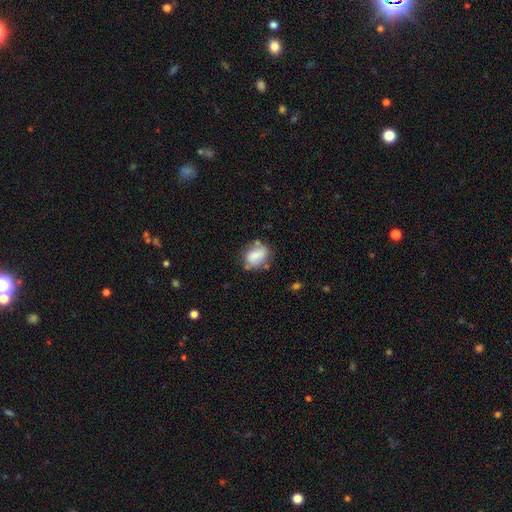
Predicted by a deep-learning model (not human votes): Smooth or featured: smooth — 71% (featured or disk — 21%)
How rounded: in between — 65% (round — 33%)
Merging: none — 58% (minor disturbance — 24%)